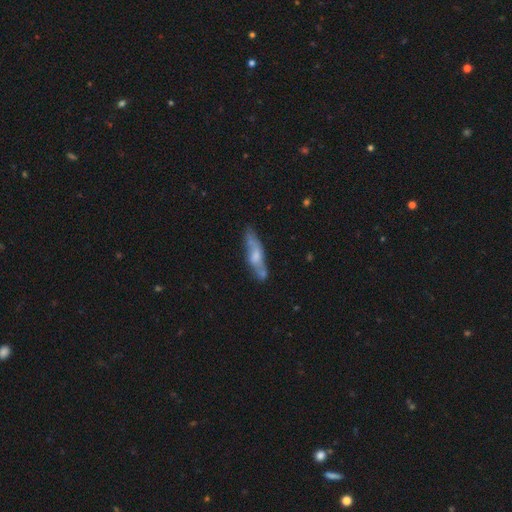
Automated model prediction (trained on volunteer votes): Smooth or featured?
  - featured or disk: 50% *
  - smooth: 43%
  - star or artifact: 7%
Edge-on disk?
  - yes: 61% *
  - no: 39%
Merging?
  - none: 63% *
  - minor disturbance: 23%
  - merger: 7%
  - major disturbance: 7%